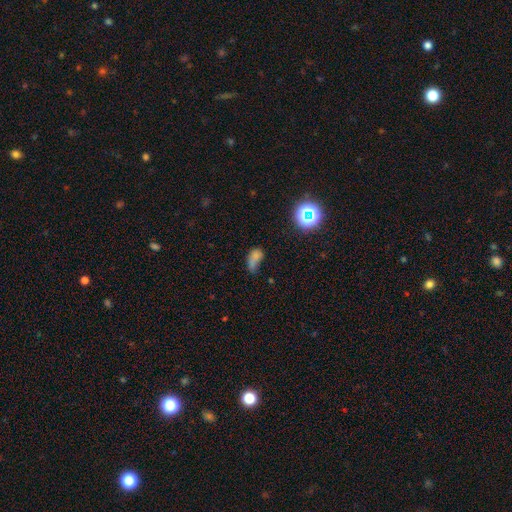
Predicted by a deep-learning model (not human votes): smooth 63%, star or artifact 21%, featured or disk 16%. Down the decision tree: how rounded — in between (77%); merging — none (31%).